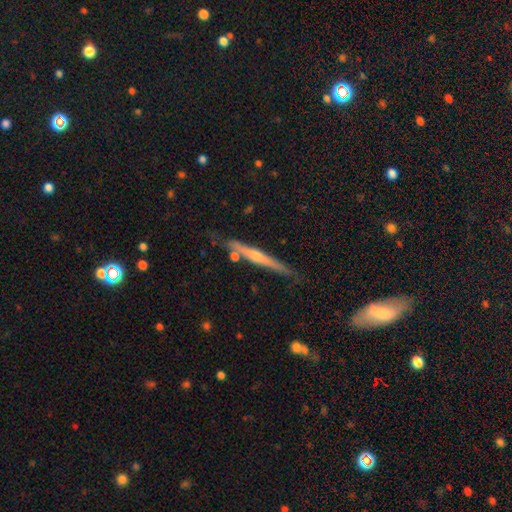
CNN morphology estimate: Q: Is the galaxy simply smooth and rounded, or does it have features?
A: featured or disk — 70%.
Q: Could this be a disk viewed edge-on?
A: yes — 94%.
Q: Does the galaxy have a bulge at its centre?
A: rounded — 66%.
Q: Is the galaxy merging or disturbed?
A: none — 76%.